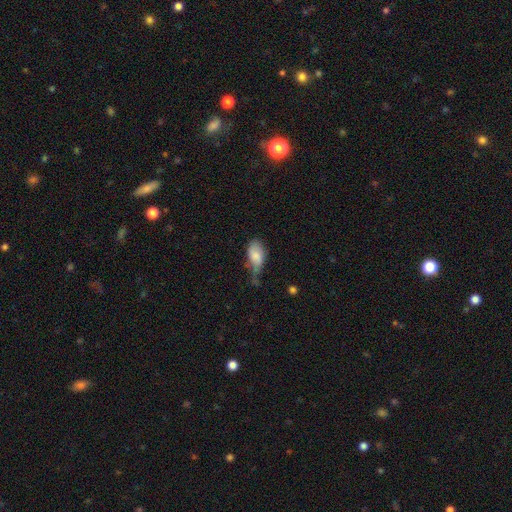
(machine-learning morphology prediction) Q: Smooth or featured?
A: smooth (79%); runner-up: featured or disk (14%)
Q: How rounded?
A: in between (92%); runner-up: round (5%)
Q: Merging?
A: minor disturbance (43%); runner-up: none (30%)